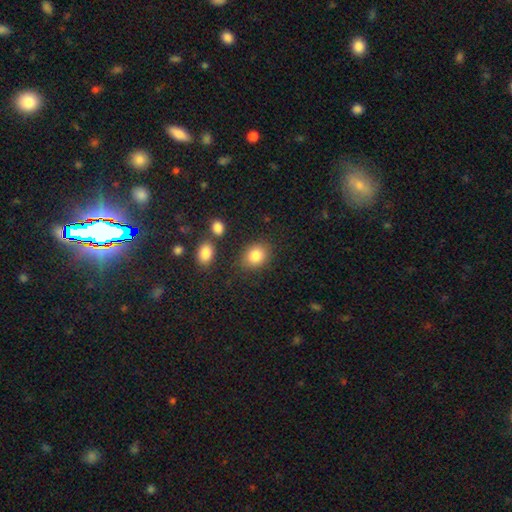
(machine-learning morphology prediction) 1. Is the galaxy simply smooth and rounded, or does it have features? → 84% smooth, 9% star or artifact, 7% featured or disk.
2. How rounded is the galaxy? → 54% round, 45% in between, 1% cigar-shaped.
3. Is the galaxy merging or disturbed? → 81% none, 11% minor disturbance, 4% merger, 4% major disturbance.